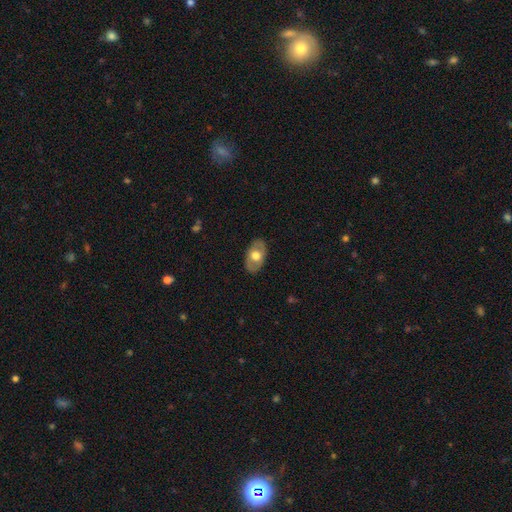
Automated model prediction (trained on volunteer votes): smooth 49%, featured or disk 45%, star or artifact 6%. Down the decision tree: merging — none (84%).